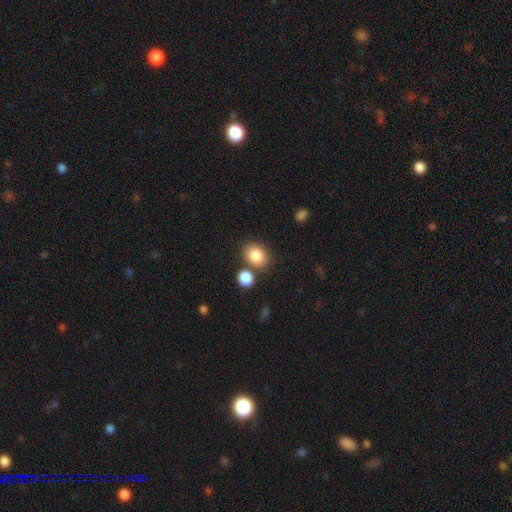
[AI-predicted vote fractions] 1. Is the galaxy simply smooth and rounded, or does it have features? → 85% smooth, 9% star or artifact, 6% featured or disk.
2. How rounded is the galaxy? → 54% round, 45% in between, 1% cigar-shaped.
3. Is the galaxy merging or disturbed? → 72% none, 15% merger, 10% minor disturbance, 3% major disturbance.